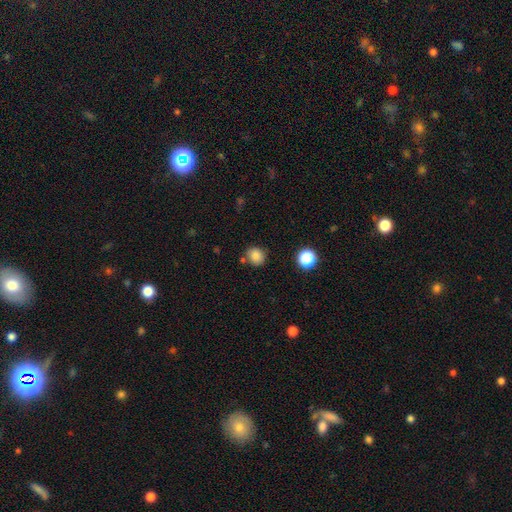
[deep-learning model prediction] smooth-or-featured: smooth: 83% | star or artifact: 12% | featured or disk: 5%
  how-rounded: round: 79% | in between: 20% | cigar-shaped: 1%
  merging: none: 75% | minor disturbance: 13% | merger: 8% | major disturbance: 4%